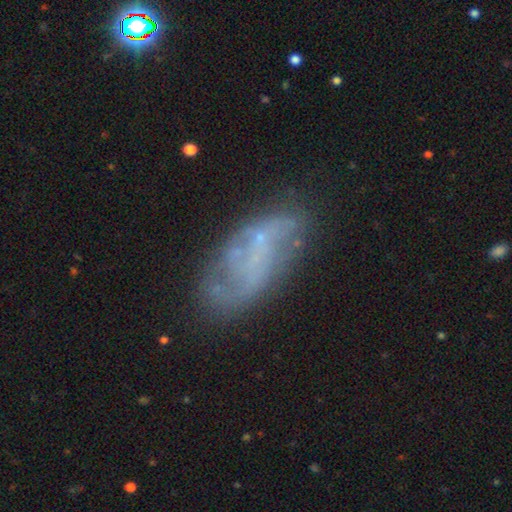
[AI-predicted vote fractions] This appears to be a featured or disk galaxy (59%) with no bar (71%), spiral arms (54%) and no central bulge (62%). Merging: none (61%).